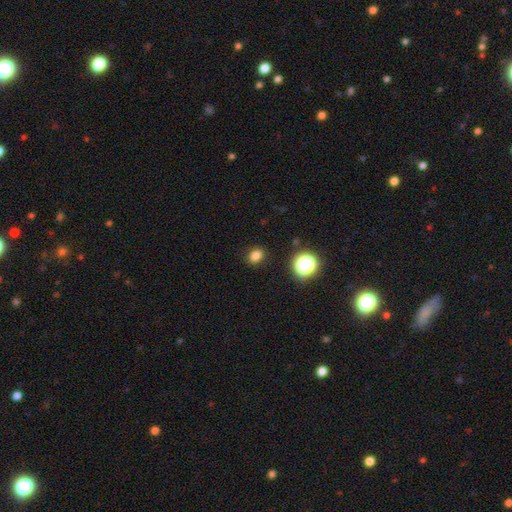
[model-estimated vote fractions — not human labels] The model was most divided on "how rounded": round: 57%, in between: 42%, cigar-shaped: 1%. More confident: merging — none (89%); smooth or featured — smooth (80%).